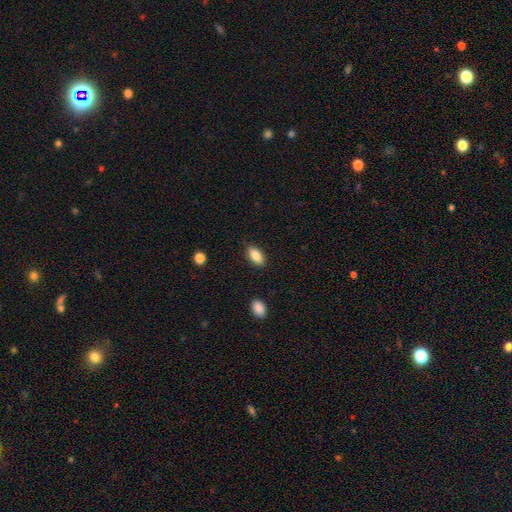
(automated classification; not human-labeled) This is clearly a smooth galaxy (86%). How rounded: clearly in between (90%). Merging: clearly none (87%).